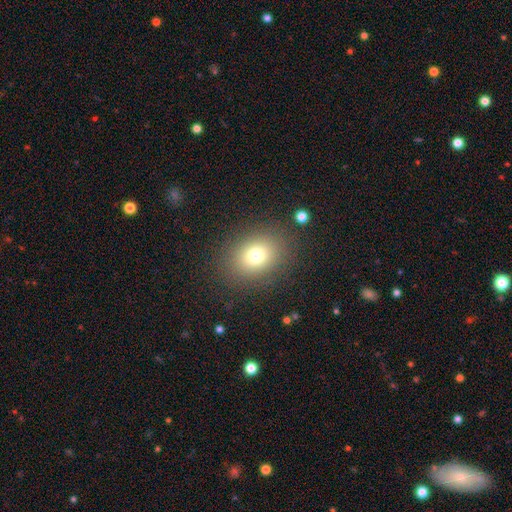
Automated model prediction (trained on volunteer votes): Overall: smooth (75%). How rounded: in between (50%; round 49%). Merging: none (85%).